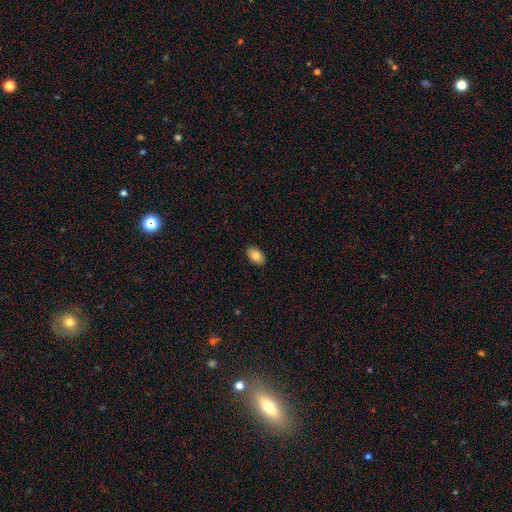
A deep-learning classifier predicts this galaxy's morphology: Smooth or featured? Predicted: smooth (p=0.83). How rounded? Predicted: in between (p=0.93). Merging? Predicted: none (p=0.89).